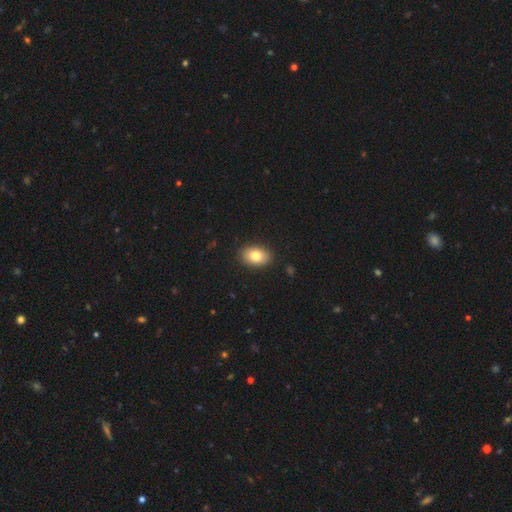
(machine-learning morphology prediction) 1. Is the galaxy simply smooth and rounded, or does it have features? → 80% smooth, 11% featured or disk, 8% star or artifact.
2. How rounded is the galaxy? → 83% in between, 15% round, 1% cigar-shaped.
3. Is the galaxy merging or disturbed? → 89% none, 8% minor disturbance, 2% major disturbance, 1% merger.